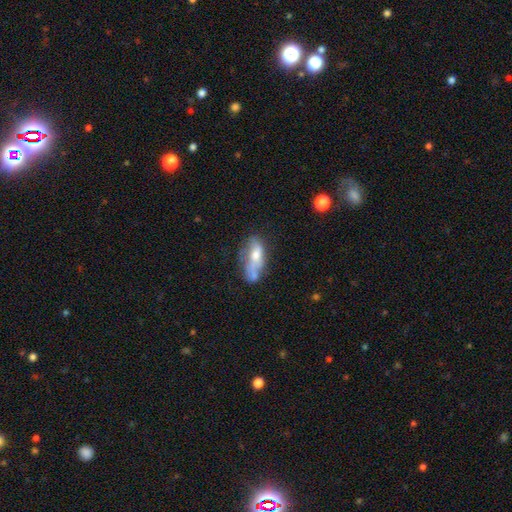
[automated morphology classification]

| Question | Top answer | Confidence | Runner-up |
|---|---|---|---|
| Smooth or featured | smooth | 45% | featured or disk (44%) |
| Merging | none | 39% | minor disturbance (25%) |